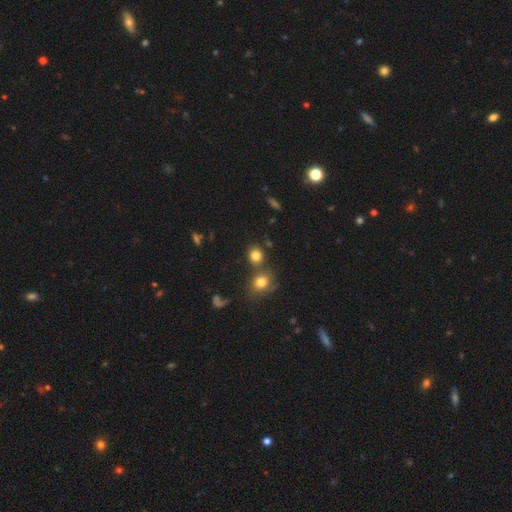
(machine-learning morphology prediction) smooth 79%, star or artifact 13%, featured or disk 8%. Down the decision tree: how rounded — round (77%); merging — none (63%).